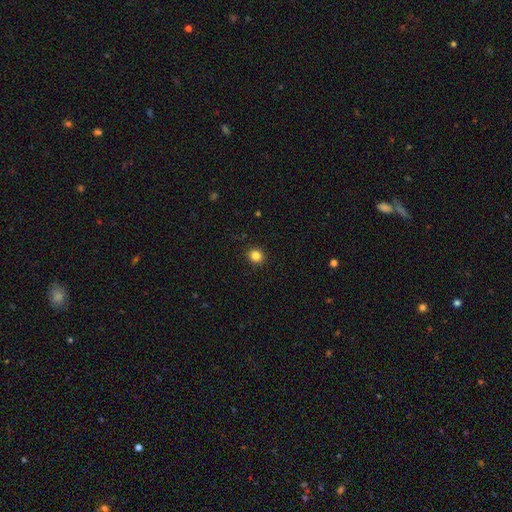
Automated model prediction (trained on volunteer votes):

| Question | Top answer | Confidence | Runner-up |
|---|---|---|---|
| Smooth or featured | smooth | 84% | star or artifact (11%) |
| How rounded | round | 85% | in between (14%) |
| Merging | none | 92% | minor disturbance (5%) |